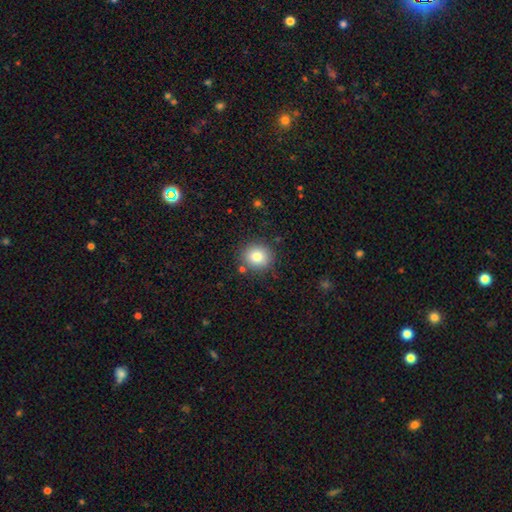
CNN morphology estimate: The model was most divided on "how rounded": round: 82%, in between: 18%, cigar-shaped: 1%. More confident: merging — none (86%); smooth or featured — smooth (82%).